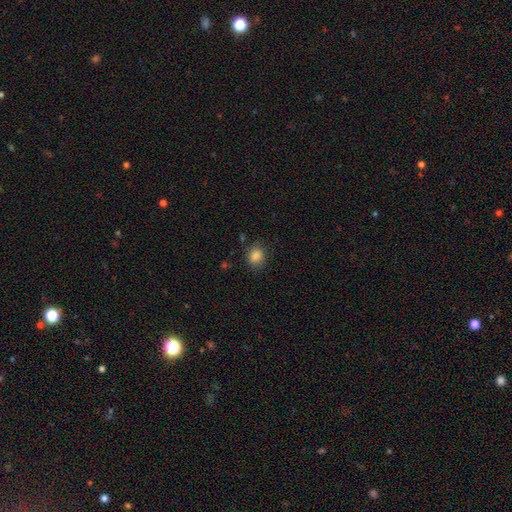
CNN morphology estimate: This appears to be a smooth galaxy with no disk features (85%) that is round (63%). Merging: none (82%).